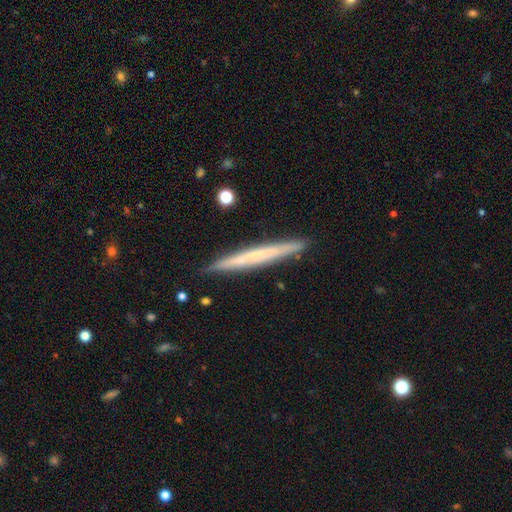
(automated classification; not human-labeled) featured or disk 48%, smooth 46%, star or artifact 6%. Down the decision tree: merging — none (90%).